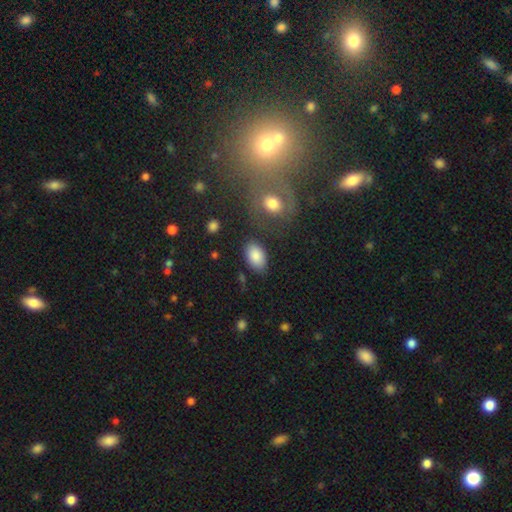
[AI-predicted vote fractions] smooth 86%, star or artifact 7%, featured or disk 7%. Down the decision tree: how rounded — in between (90%); merging — none (80%).